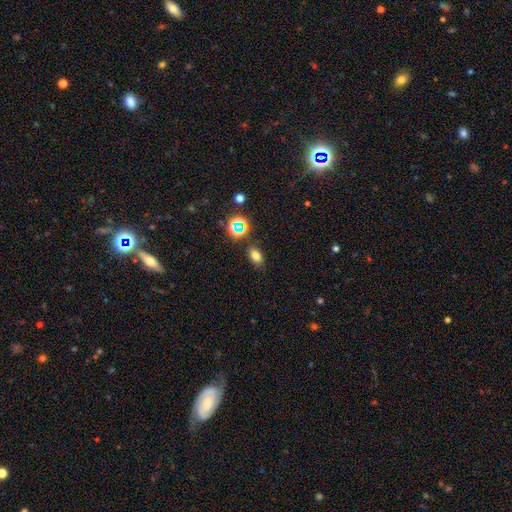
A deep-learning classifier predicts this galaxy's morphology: type=smooth (72%); roundness=in between (82%); merging=none (83%).